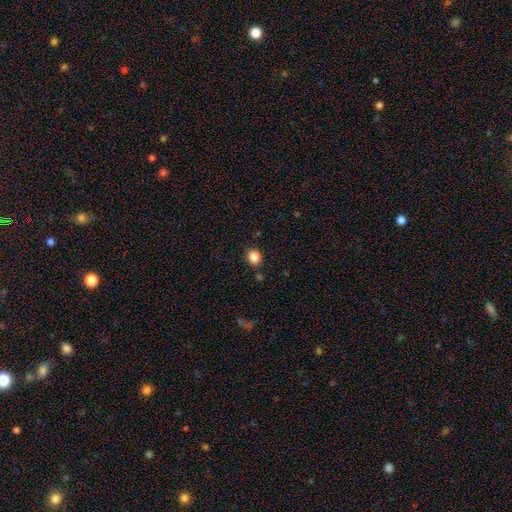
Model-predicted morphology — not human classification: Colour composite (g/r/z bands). It shows a smooth galaxy with no disk features (85%) that is round (72%). Merging: none (84%).